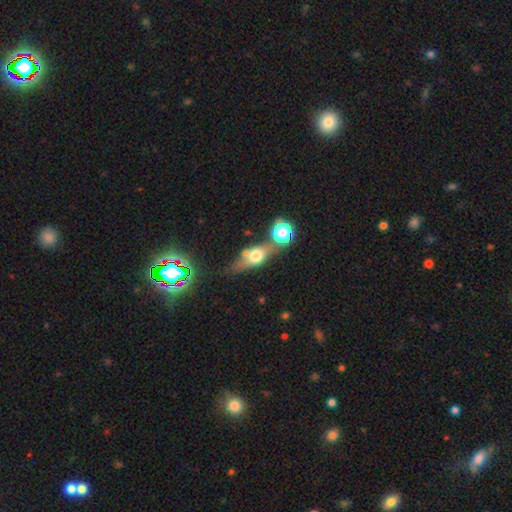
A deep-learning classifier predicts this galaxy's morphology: This appears to be a featured or disk galaxy (49%). Merging: none (55%).